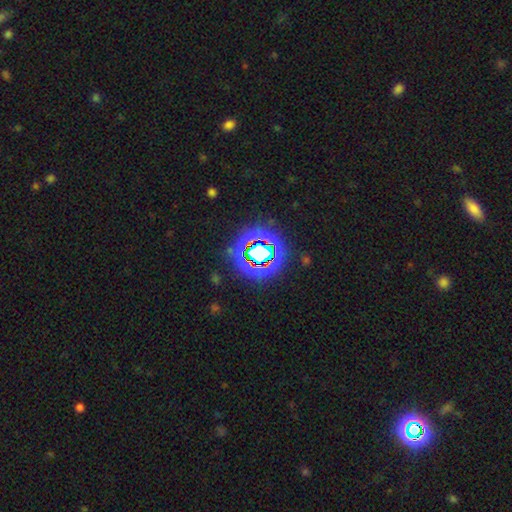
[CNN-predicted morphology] Smooth or featured?
  - star or artifact: 76% *
  - smooth: 14%
  - featured or disk: 10%